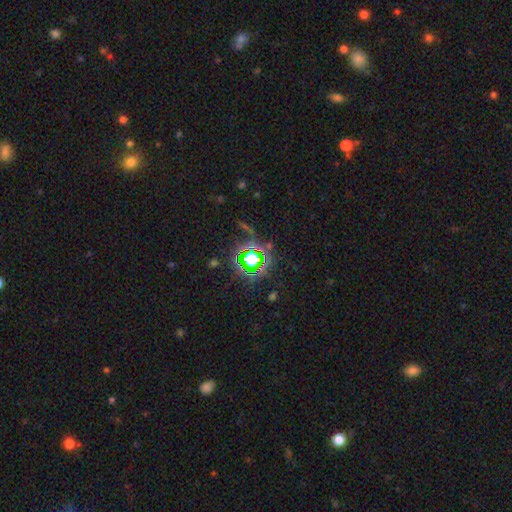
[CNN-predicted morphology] Q: Smooth or featured?
A: star or artifact (70%); runner-up: smooth (17%)